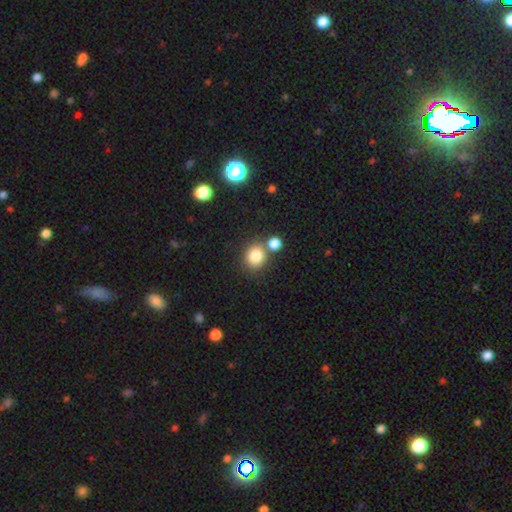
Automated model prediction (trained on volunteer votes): The model was most divided on "merging": none: 66%, merger: 21%, minor disturbance: 9%, major disturbance: 3%. More confident: smooth or featured — smooth (83%); how rounded — round (79%).